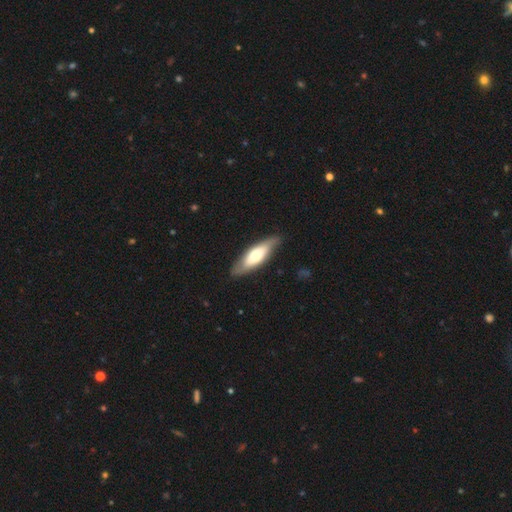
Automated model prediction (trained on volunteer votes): smooth-or-featured: smooth: 54% | featured or disk: 41% | star or artifact: 5%
  how-rounded: in between: 51% | cigar-shaped: 47% | round: 2%
  merging: none: 83% | minor disturbance: 13% | major disturbance: 3% | merger: 1%